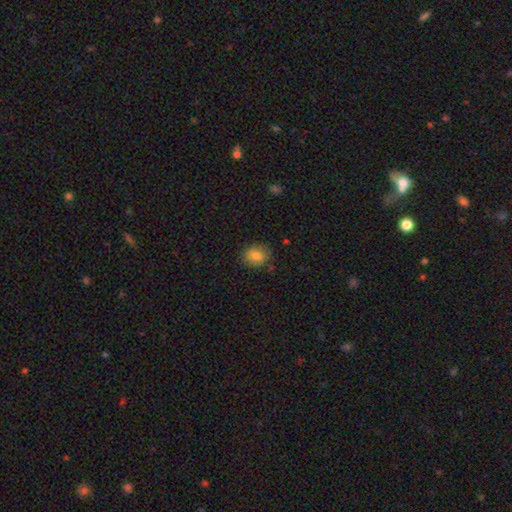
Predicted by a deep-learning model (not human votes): Smooth or featured: smooth — 80% (star or artifact — 10%)
How rounded: round — 62% (in between — 37%)
Merging: none — 82% (minor disturbance — 14%)